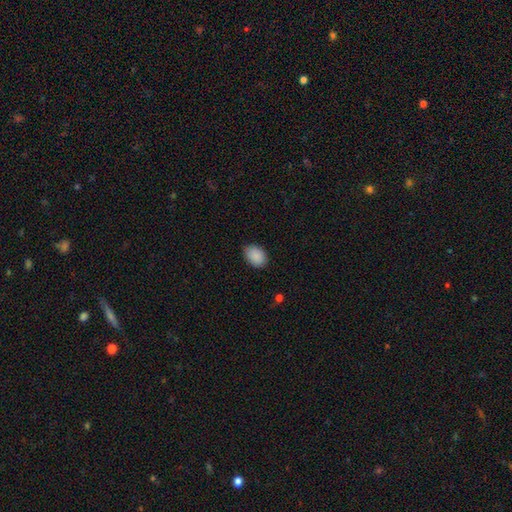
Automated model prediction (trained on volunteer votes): smooth 90%, star or artifact 7%, featured or disk 3%. Down the decision tree: how rounded — in between (80%); merging — none (82%).